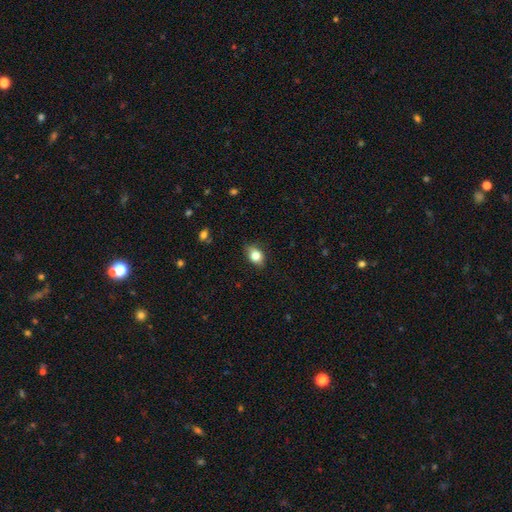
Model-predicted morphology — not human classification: This appears to be a smooth galaxy with no disk features (80%) that is in between round and cigar-shaped (72%). Merging: none (81%).